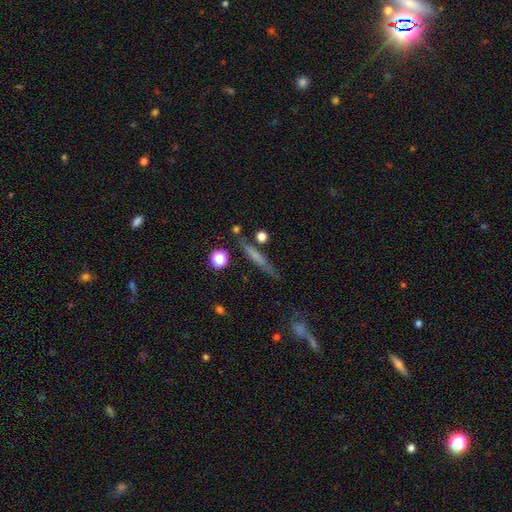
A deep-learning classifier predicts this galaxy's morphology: type=smooth (55%); roundness=cigar-shaped (89%); merging=none (79%).